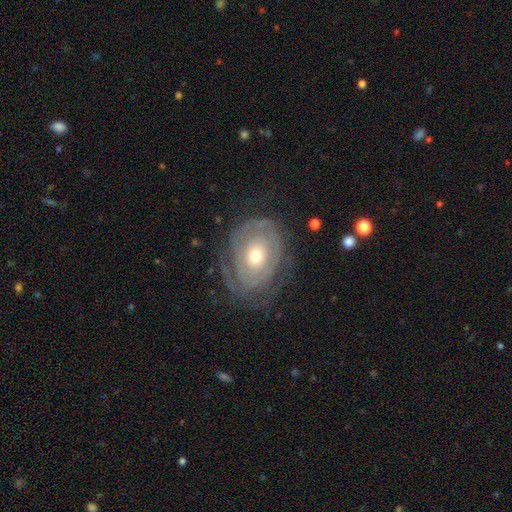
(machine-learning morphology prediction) Smooth or featured: featured or disk — 76% (smooth — 18%)
Edge-on disk: no — 95% (yes — 5%)
Bar: no — 85% (weak — 12%)
Spiral arms: yes — 73% (no — 27%)
Spiral winding: tight — 75% (medium — 17%)
Spiral arm count: can't tell — 49% (2 — 22%)
Bulge size: moderate — 59% (small — 35%)
Merging: none — 64% (minor disturbance — 21%)